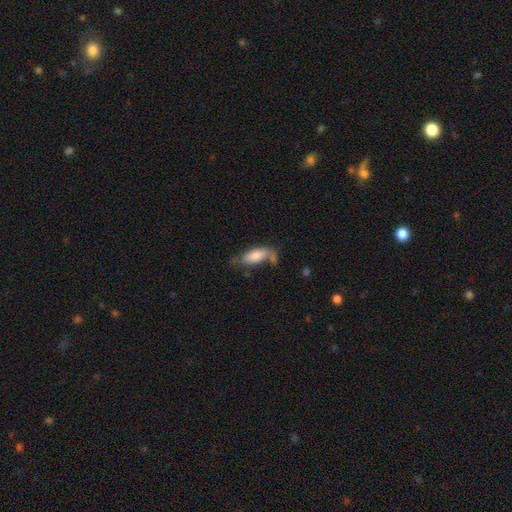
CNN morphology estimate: Smooth or featured? Predicted: smooth (p=0.76). How rounded? Predicted: in between (p=0.80). Merging? Predicted: none (p=0.45).